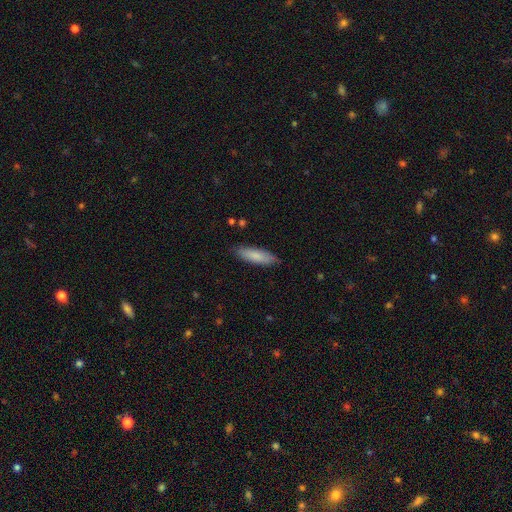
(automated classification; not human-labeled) A smooth galaxy with no disk features (84%) that is cigar-shaped (53%). Merging: none (83%).